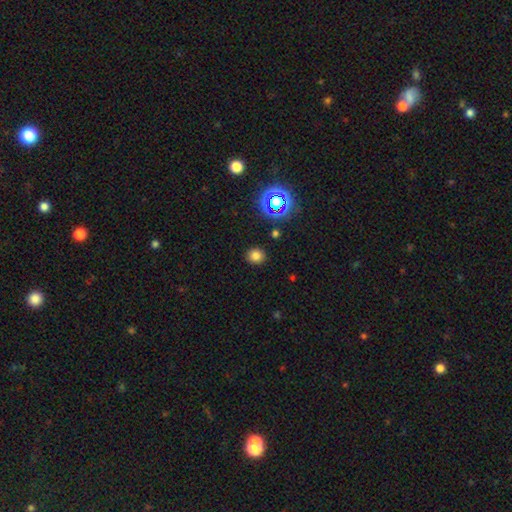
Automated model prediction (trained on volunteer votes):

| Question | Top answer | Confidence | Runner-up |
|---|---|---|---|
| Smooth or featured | smooth | 76% | star or artifact (18%) |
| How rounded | round | 82% | in between (17%) |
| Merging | none | 89% | minor disturbance (7%) |